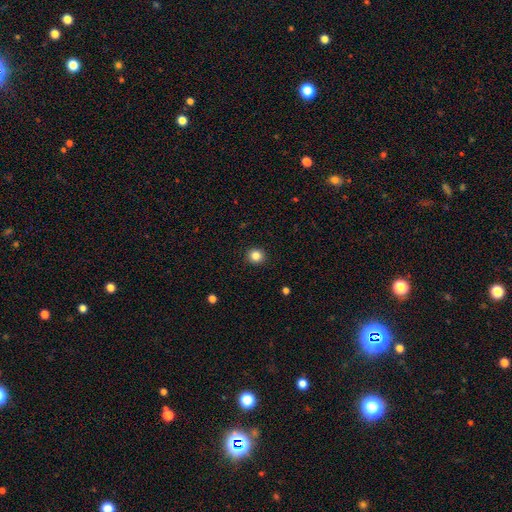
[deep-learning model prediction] Overall: smooth (84%). How rounded: round (91%). Merging: none (92%).